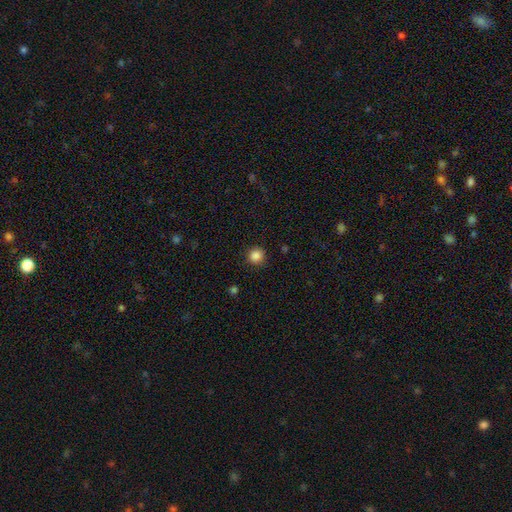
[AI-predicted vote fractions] A smooth galaxy with no disk features (86%) that is round (95%).

Vote fractions:
- Smooth or featured? smooth: 86% / star or artifact: 11% / featured or disk: 3%
- How rounded? round: 95% / in between: 4% / cigar-shaped: 1%
- Merging? none: 91% / minor disturbance: 6% / major disturbance: 2% / merger: 1%